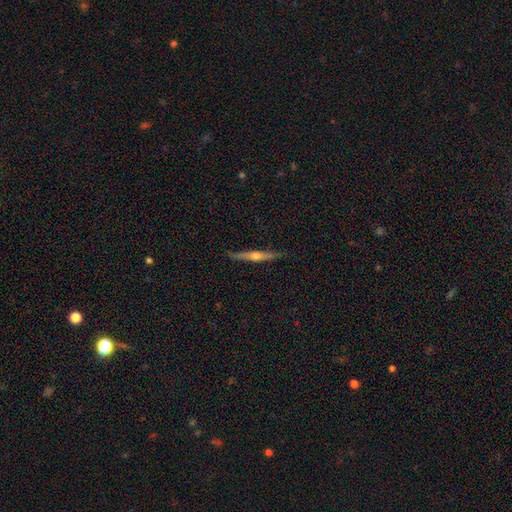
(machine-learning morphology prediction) type=featured or disk (71%); edge-on=yes (98%); edge-on bulge=rounded (86%); merging=none (88%).